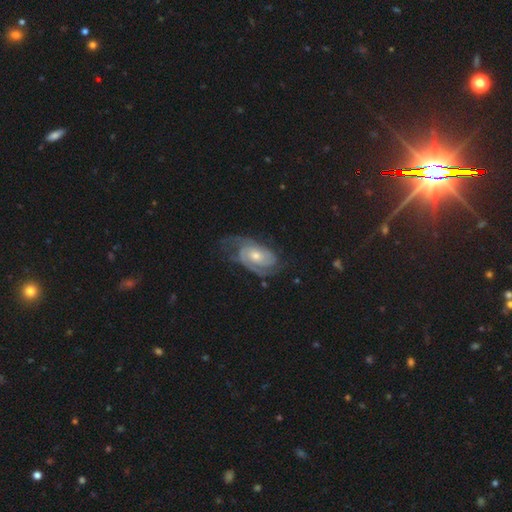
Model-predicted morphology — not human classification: smooth-or-featured: featured or disk: 85% | smooth: 9% | star or artifact: 6%
  disk-edge-on: no: 96% | yes: 4%
    bar: no: 70% | weak: 25% | strong: 6%
    has-spiral-arms: yes: 96% | no: 4%
      spiral-winding: tight: 57% | medium: 33% | loose: 9%
      spiral-arm-count: 2: 58% | can't tell: 17% | 3: 14% | 1: 5% | 4: 4% | more than 4: 3%
    bulge-size: moderate: 57% | small: 37% | large: 3% | none: 2% | dominant: 1%
  merging: none: 64% | minor disturbance: 22% | major disturbance: 13% | merger: 2%